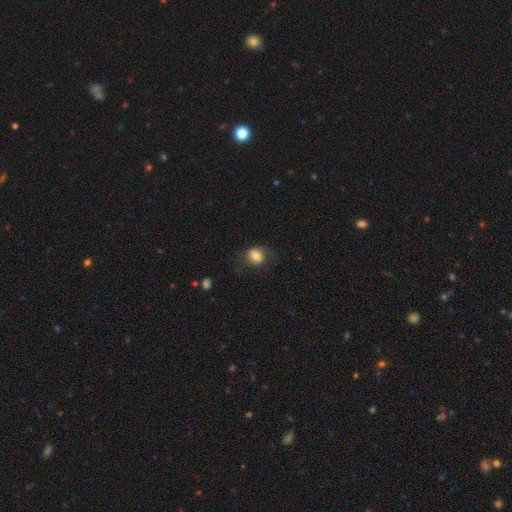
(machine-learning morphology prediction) This appears to be a smooth galaxy with no disk features (78%) that is round (53%). Merging: none (65%).